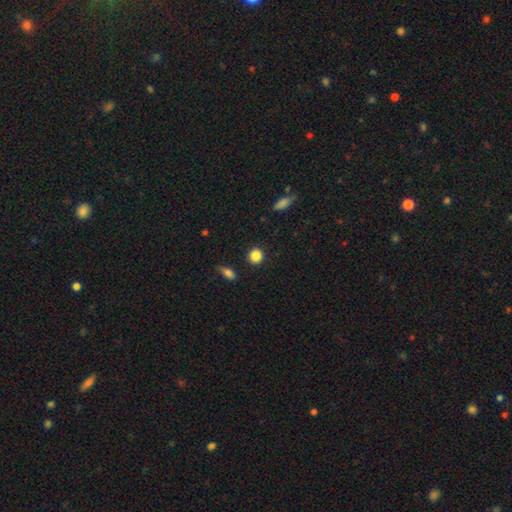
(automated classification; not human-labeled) smooth-or-featured: smooth: 87% | star or artifact: 9% | featured or disk: 4%
  how-rounded: round: 88% | in between: 11% | cigar-shaped: 1%
  merging: none: 90% | minor disturbance: 6% | major disturbance: 2% | merger: 2%